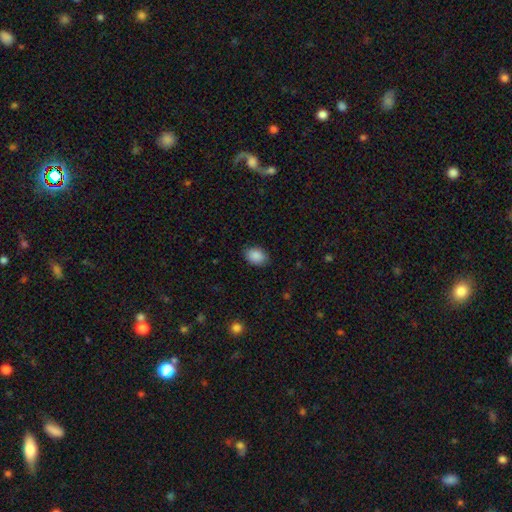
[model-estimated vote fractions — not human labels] Q: Smooth or featured?
A: smooth (89%); runner-up: star or artifact (7%)
Q: How rounded?
A: in between (74%); runner-up: round (25%)
Q: Merging?
A: none (85%); runner-up: minor disturbance (11%)